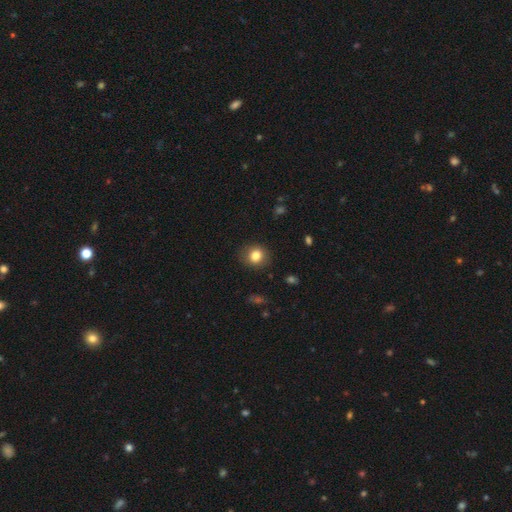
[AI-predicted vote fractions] Smooth or featured? Predicted: smooth (p=0.82). How rounded? Predicted: round (p=0.80). Merging? Predicted: none (p=0.87).